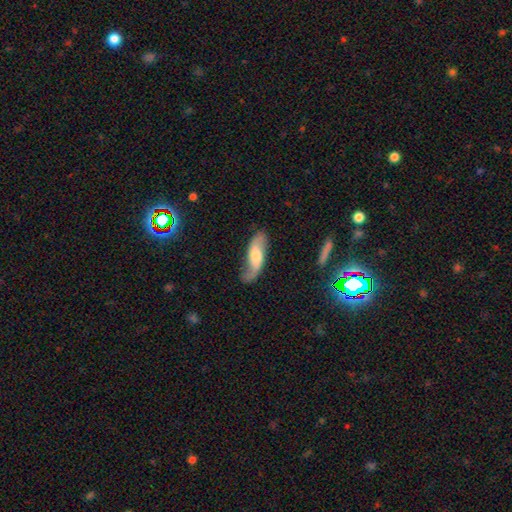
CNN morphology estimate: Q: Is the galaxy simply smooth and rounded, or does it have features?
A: featured or disk — 65%.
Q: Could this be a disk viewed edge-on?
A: no — 85%.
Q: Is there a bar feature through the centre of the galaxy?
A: no — 54%.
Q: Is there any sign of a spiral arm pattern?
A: yes — 91%.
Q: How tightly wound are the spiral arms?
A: loose — 67%.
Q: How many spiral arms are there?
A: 2 — 85%.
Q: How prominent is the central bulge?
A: moderate — 56%.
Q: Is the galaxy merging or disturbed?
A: none — 67%.